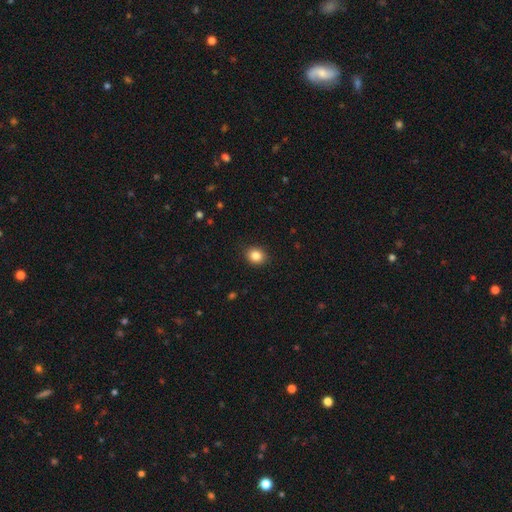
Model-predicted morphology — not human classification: Smooth or featured?
  - smooth: 85% *
  - star or artifact: 10%
  - featured or disk: 5%
How rounded?
  - round: 66% *
  - in between: 33%
  - cigar-shaped: 1%
Merging?
  - none: 89% *
  - minor disturbance: 8%
  - major disturbance: 2%
  - merger: 1%